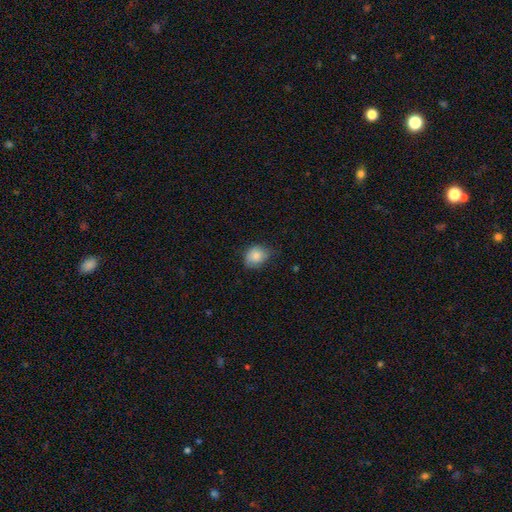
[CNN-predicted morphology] Overall: smooth (83%). How rounded: round (51%; in between 48%). Merging: none (66%; minor disturbance 28%).